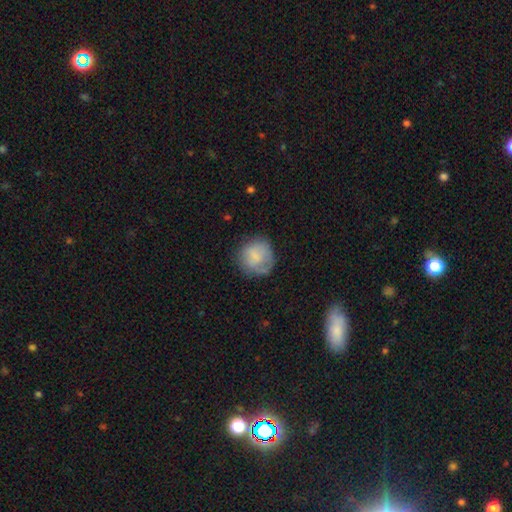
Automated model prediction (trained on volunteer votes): This is likely a smooth galaxy (71%). How rounded: clearly round (85%). Merging: possibly none (59%).